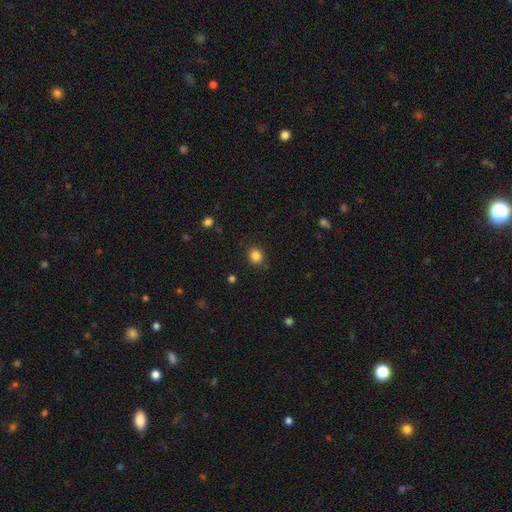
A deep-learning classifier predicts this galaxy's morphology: The model was most divided on "how rounded": round: 79%, in between: 20%, cigar-shaped: 1%. More confident: merging — none (89%); smooth or featured — smooth (85%).